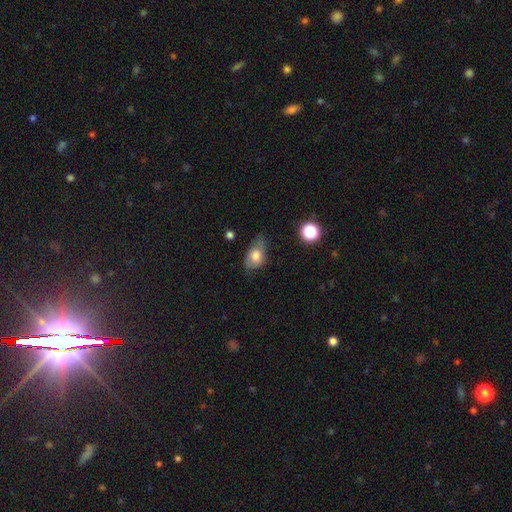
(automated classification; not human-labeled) Morphology: type=smooth (72%); roundness=in between (81%); merging=none (45%).